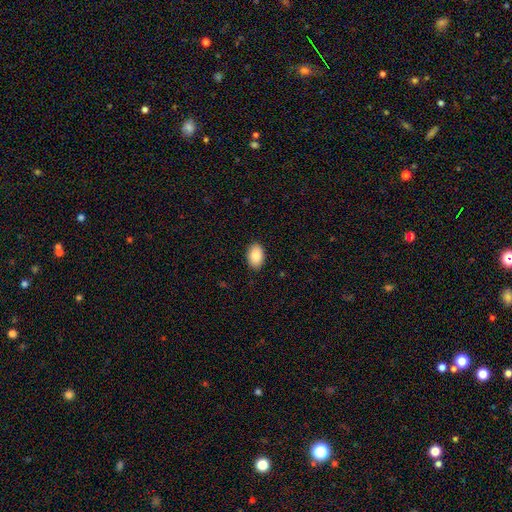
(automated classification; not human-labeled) Overall: smooth (87%). How rounded: in between (90%). Merging: none (89%).